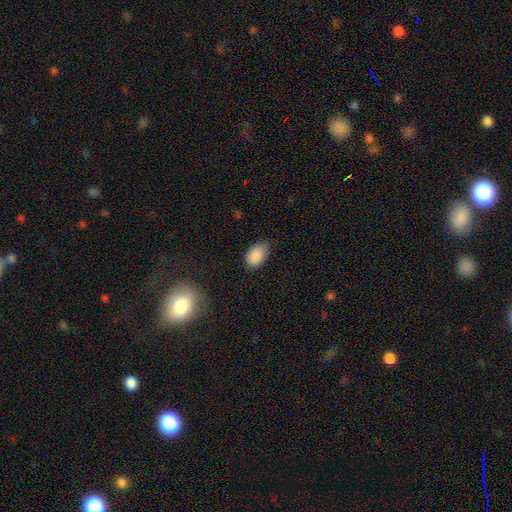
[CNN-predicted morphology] Smooth or featured?
  - smooth: 88% *
  - star or artifact: 7%
  - featured or disk: 4%
How rounded?
  - in between: 92% *
  - round: 7%
  - cigar-shaped: 1%
Merging?
  - none: 75% *
  - minor disturbance: 20%
  - major disturbance: 4%
  - merger: 1%